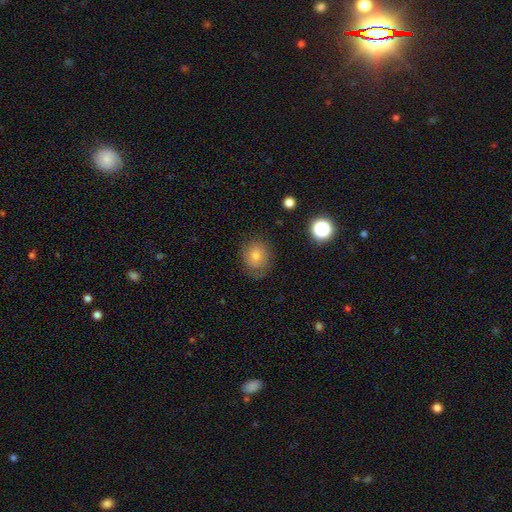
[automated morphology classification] Smooth or featured?
  - smooth: 69% *
  - featured or disk: 17%
  - star or artifact: 14%
How rounded?
  - round: 74% *
  - in between: 25%
  - cigar-shaped: 1%
Merging?
  - none: 74% *
  - minor disturbance: 18%
  - major disturbance: 7%
  - merger: 1%